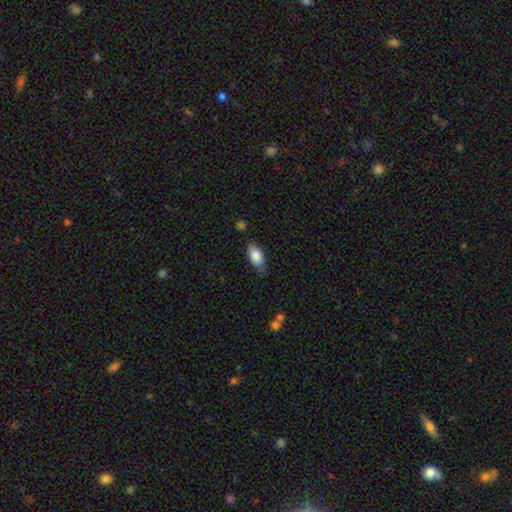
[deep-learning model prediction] Smooth or featured?
  - smooth: 85% *
  - featured or disk: 8%
  - star or artifact: 7%
How rounded?
  - in between: 90% *
  - cigar-shaped: 7%
  - round: 3%
Merging?
  - none: 72% *
  - minor disturbance: 22%
  - major disturbance: 4%
  - merger: 3%